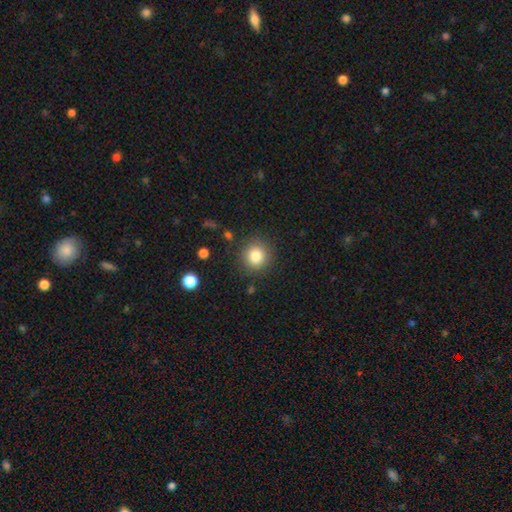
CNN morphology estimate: smooth 83%, star or artifact 10%, featured or disk 6%. Down the decision tree: how rounded — round (90%); merging — none (87%).